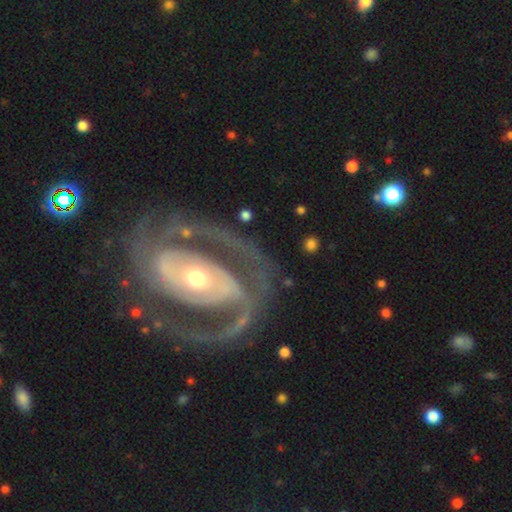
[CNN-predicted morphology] This appears to be a featured or disk galaxy (89%) with no bar (41%), 2 (79%) tight (49%) spiral arms (92%) and a moderate central bulge (48%). Merging: none (73%).